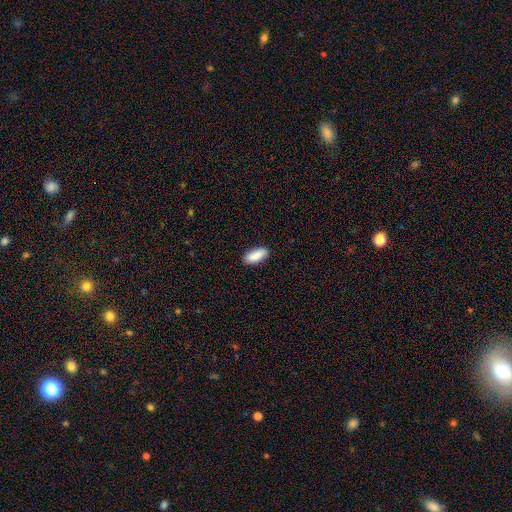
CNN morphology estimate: A smooth galaxy with no disk features (89%) that is in between round and cigar-shaped (84%).

Vote fractions:
- Smooth or featured? smooth: 89% / star or artifact: 6% / featured or disk: 5%
- How rounded? in between: 84% / cigar-shaped: 14% / round: 2%
- Merging? none: 87% / minor disturbance: 10% / major disturbance: 2% / merger: 1%